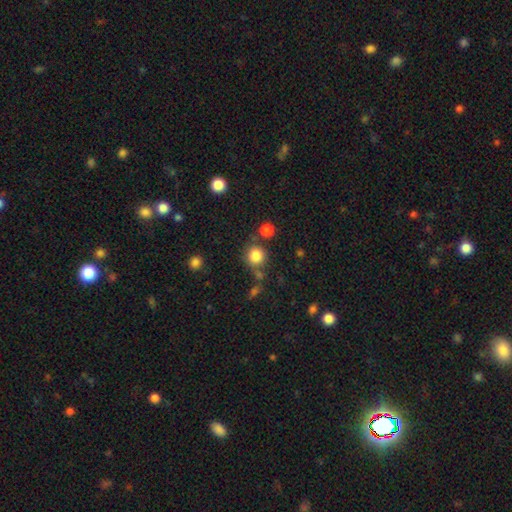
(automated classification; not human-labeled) smooth_or_featured: smooth (p=0.83) [alt: star or artifact p=0.12]
how_rounded: round (p=0.90) [alt: in between p=0.09]
merging: none (p=0.73) [alt: merger p=0.12]